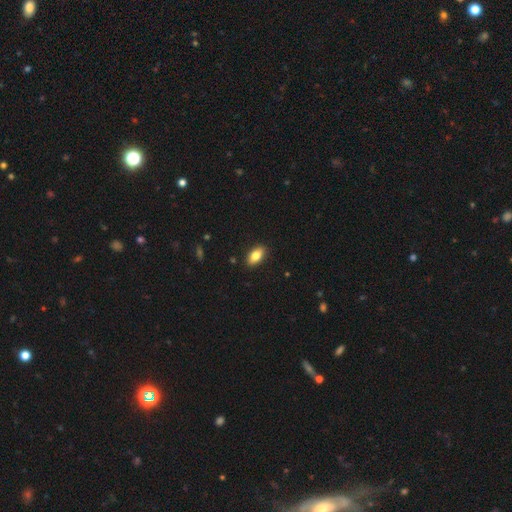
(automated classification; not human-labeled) Overall: smooth (80%). How rounded: in between (89%). Merging: none (89%).